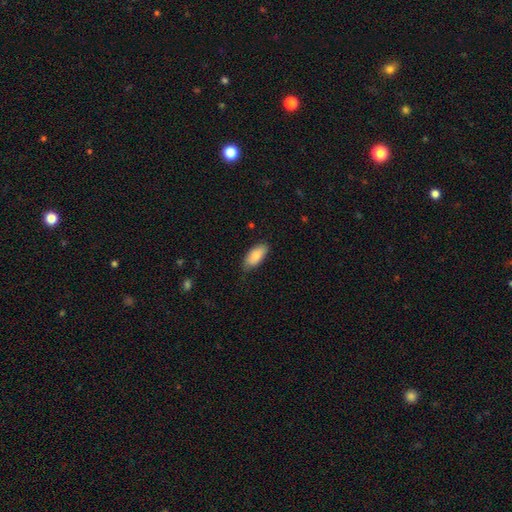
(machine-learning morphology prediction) smooth 83%, featured or disk 10%, star or artifact 6%. Down the decision tree: how rounded — in between (90%); merging — none (76%).